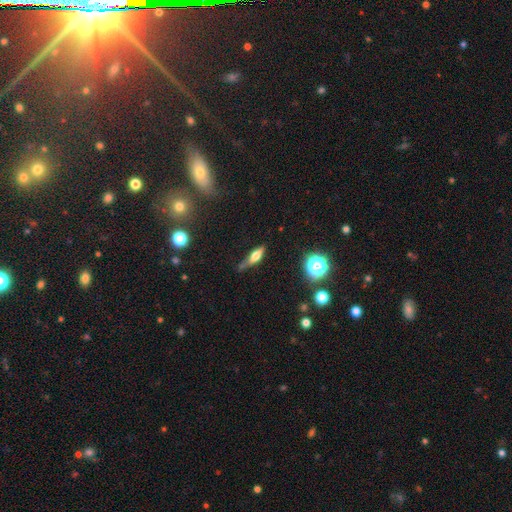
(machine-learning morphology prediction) Smooth or featured: smooth — 48% (featured or disk — 40%)
Merging: none — 56% (minor disturbance — 28%)